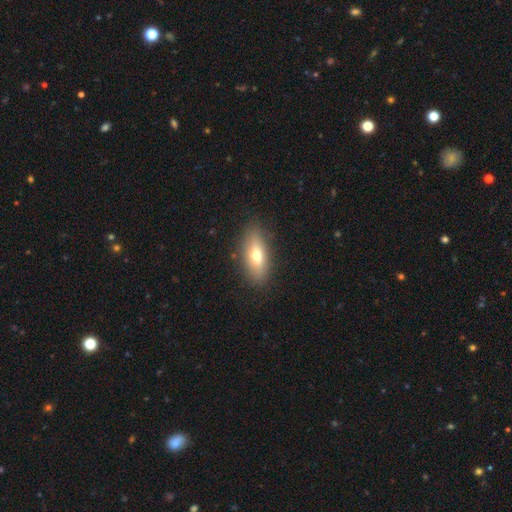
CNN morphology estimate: This is likely a smooth galaxy (65%). How rounded: likely in between (73%). Merging: clearly none (85%).